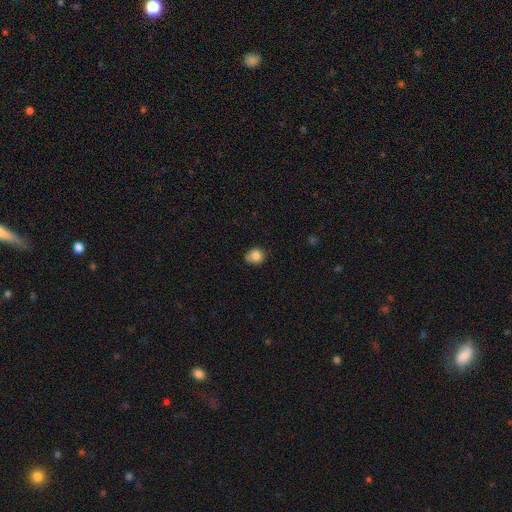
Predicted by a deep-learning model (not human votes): smooth-or-featured: smooth: 83% | star or artifact: 10% | featured or disk: 8%
  how-rounded: round: 76% | in between: 23% | cigar-shaped: 1%
  merging: none: 64% | minor disturbance: 26% | merger: 5% | major disturbance: 5%